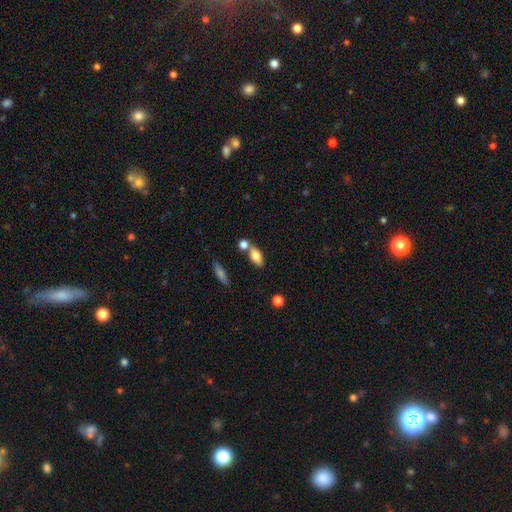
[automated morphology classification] Smooth or featured?
  - smooth: 78% *
  - featured or disk: 14%
  - star or artifact: 8%
How rounded?
  - in between: 83% *
  - cigar-shaped: 10%
  - round: 6%
Merging?
  - none: 59% *
  - merger: 25%
  - minor disturbance: 12%
  - major disturbance: 4%